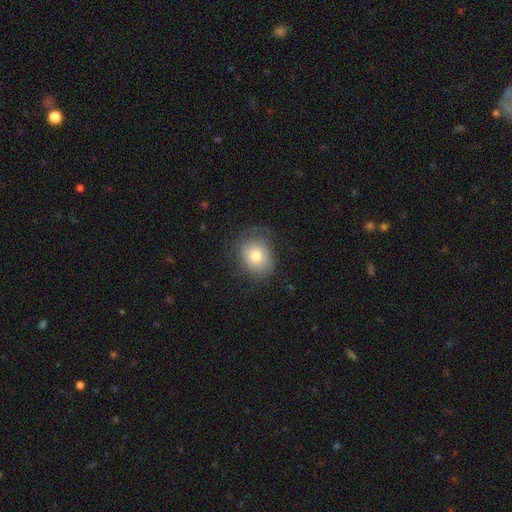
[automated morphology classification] Smooth or featured: smooth — 73% (featured or disk — 18%)
How rounded: round — 53% (in between — 46%)
Merging: none — 63% (minor disturbance — 24%)